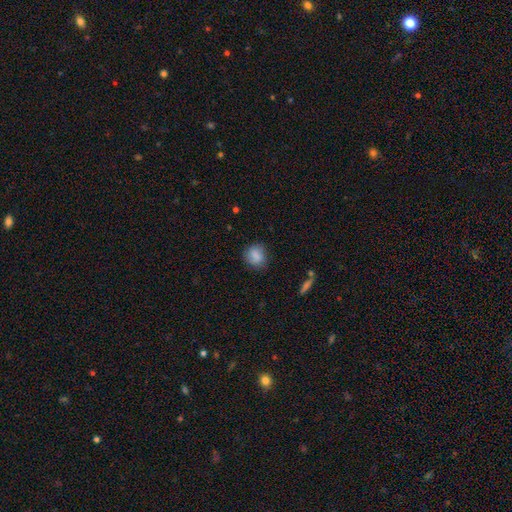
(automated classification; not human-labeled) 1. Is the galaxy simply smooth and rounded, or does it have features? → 84% smooth, 8% star or artifact, 7% featured or disk.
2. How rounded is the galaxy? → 68% round, 30% in between, 1% cigar-shaped.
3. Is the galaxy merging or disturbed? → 76% none, 18% minor disturbance, 4% major disturbance, 2% merger.